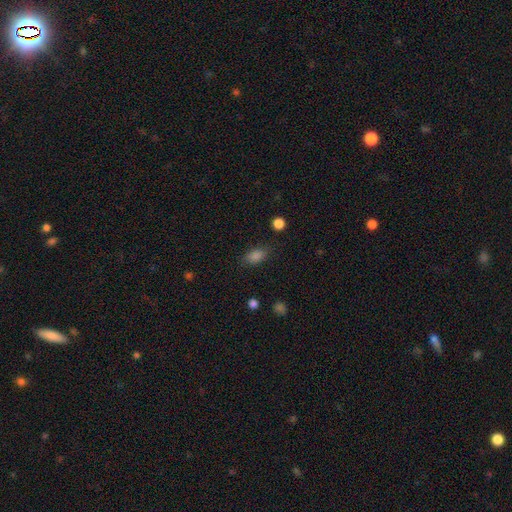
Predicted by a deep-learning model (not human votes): Morphology: type=smooth (81%); roundness=in between (86%); merging=none (81%).